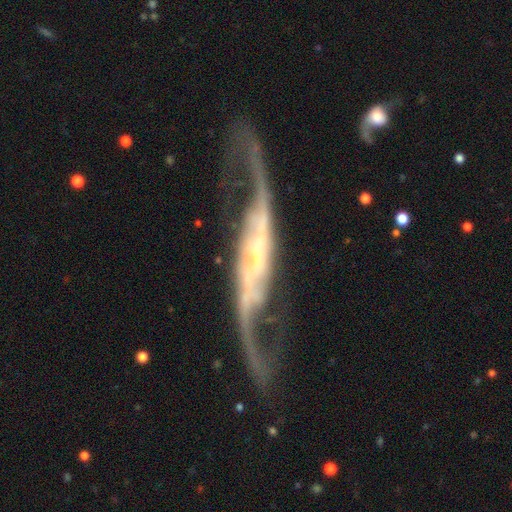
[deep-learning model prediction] A featured or disk galaxy (90%) with a strong bar (37%), 2 (92%) loose (71%) spiral arms (97%) and a small central bulge (68%). Merging: none (67%).